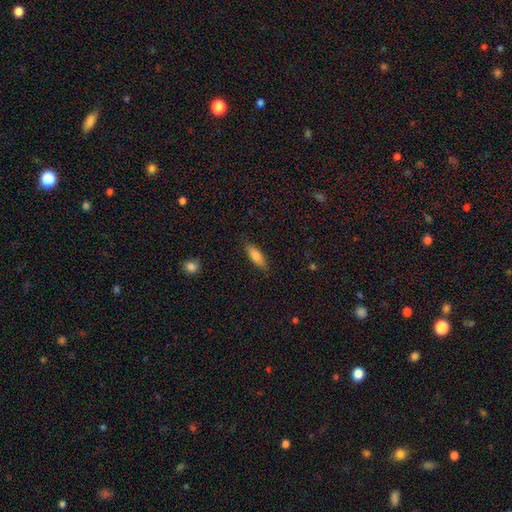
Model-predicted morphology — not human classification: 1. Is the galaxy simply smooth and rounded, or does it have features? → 80% smooth, 13% featured or disk, 7% star or artifact.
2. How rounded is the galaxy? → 57% in between, 41% cigar-shaped, 2% round.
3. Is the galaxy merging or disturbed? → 83% none, 13% minor disturbance, 3% major disturbance, 1% merger.